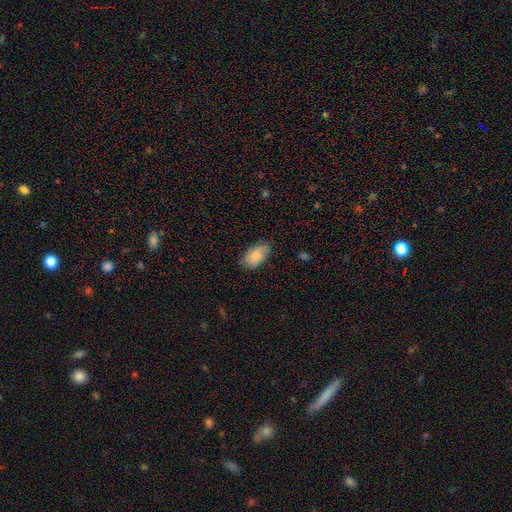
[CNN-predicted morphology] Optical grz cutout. It shows a smooth galaxy with no disk features (72%) that is in between round and cigar-shaped (93%). Merging: none (76%).